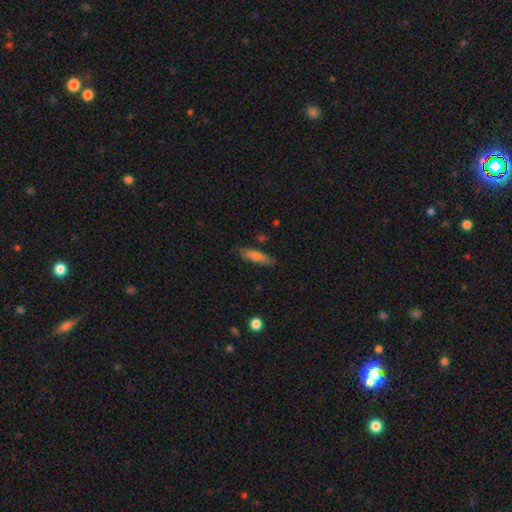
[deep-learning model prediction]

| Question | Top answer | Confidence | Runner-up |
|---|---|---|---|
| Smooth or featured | smooth | 72% | featured or disk (21%) |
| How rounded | cigar-shaped | 76% | in between (22%) |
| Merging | none | 84% | minor disturbance (12%) |